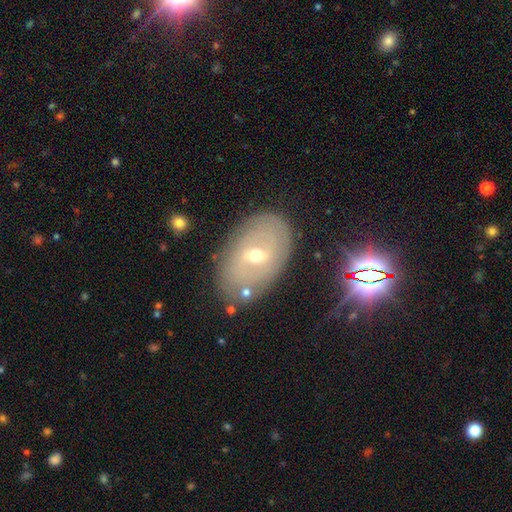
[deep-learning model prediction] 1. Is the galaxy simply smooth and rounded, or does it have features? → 59% featured or disk, 28% smooth, 14% star or artifact.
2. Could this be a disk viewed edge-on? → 90% no, 10% yes.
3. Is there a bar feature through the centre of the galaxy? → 51% weak, 30% no, 19% strong.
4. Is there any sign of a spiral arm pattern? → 51% no, 49% yes.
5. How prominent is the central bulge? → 55% moderate, 42% small, 2% large, 1% none, 1% dominant.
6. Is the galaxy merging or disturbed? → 79% none, 14% minor disturbance, 4% major disturbance, 3% merger.